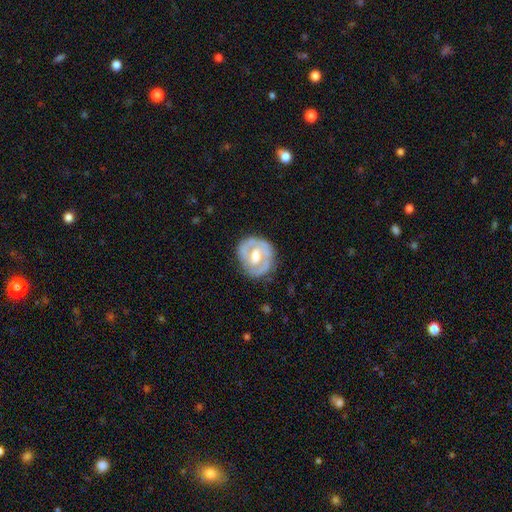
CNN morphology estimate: Smooth or featured? featured or disk (73%)
Edge-on disk? no (97%)
Bar? no (47%)
Spiral arms? yes (68%)
Bulge size? moderate (70%)
Merging? none (76%)